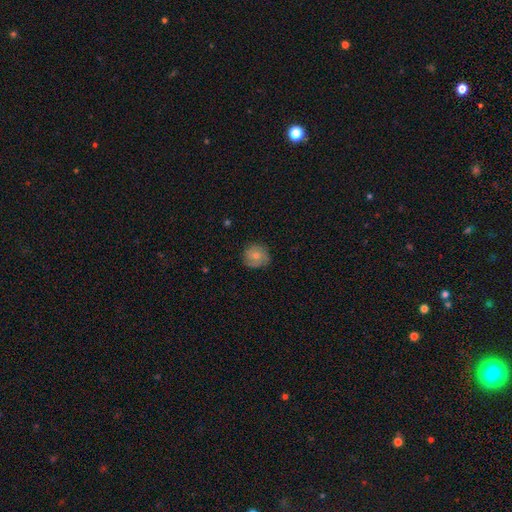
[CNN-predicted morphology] type=smooth (73%); roundness=round (90%); merging=none (78%).